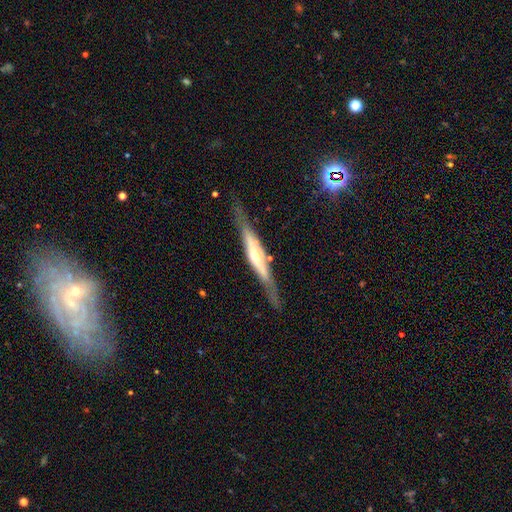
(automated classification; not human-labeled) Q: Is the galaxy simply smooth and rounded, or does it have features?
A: featured or disk — 72%.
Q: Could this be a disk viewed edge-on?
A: yes — 91%.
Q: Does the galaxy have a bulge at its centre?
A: rounded — 72%.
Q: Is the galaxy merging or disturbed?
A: none — 79%.